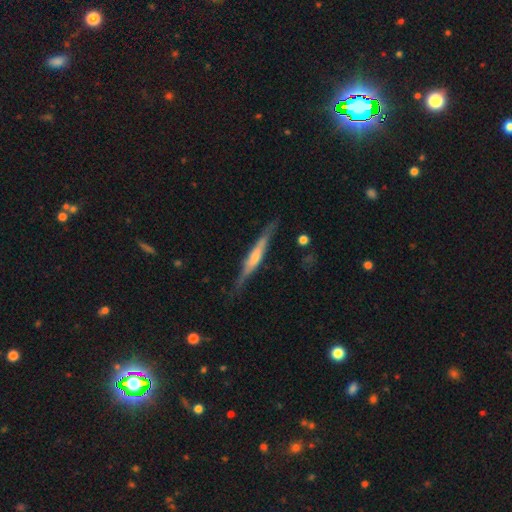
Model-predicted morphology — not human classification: smooth_or_featured: featured or disk (p=0.66) [alt: smooth p=0.29]
disk_edge_on: yes (p=0.95) [alt: no p=0.05]
edge_on_bulge: rounded (p=0.52) [alt: none p=0.28]
merging: none (p=0.81) [alt: minor disturbance p=0.14]